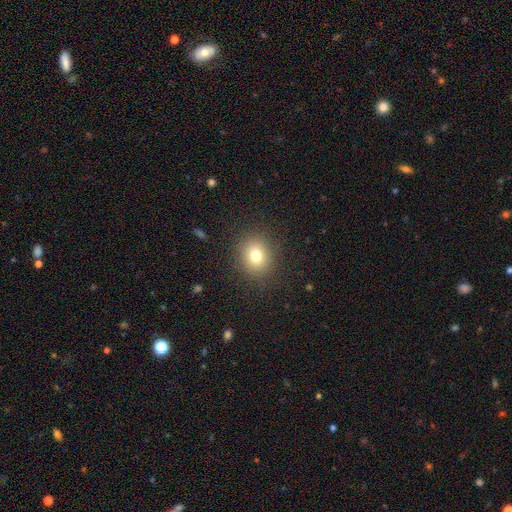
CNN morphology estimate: Smooth or featured?
  - smooth: 77% *
  - star or artifact: 14%
  - featured or disk: 10%
How rounded?
  - round: 74% *
  - in between: 25%
  - cigar-shaped: 1%
Merging?
  - none: 88% *
  - minor disturbance: 7%
  - major disturbance: 4%
  - merger: 1%